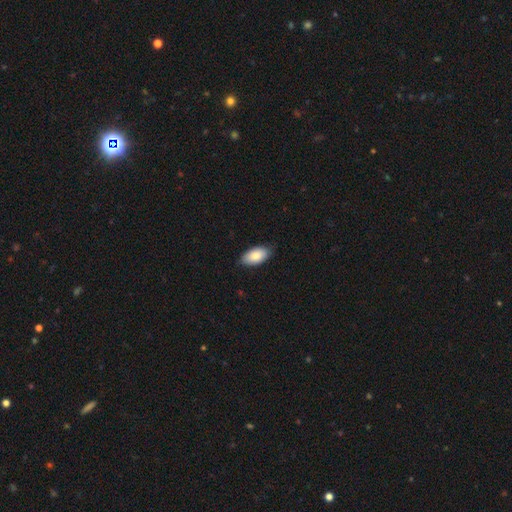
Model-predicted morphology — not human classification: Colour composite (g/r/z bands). It shows a smooth galaxy with no disk features (84%) that is in between round and cigar-shaped (95%). Merging: none (84%).